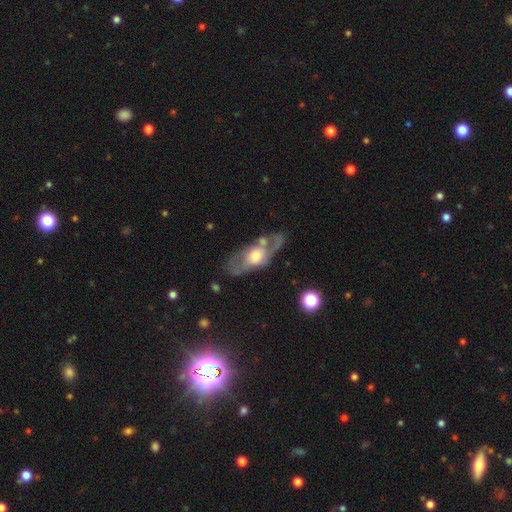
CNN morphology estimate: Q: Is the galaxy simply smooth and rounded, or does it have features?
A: featured or disk — 67%.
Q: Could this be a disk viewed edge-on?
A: no — 84%.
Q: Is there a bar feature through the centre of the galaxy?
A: no — 72%.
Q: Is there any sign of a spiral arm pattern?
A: yes — 59%.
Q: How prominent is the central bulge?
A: moderate — 57%.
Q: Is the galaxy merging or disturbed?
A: none — 56%.